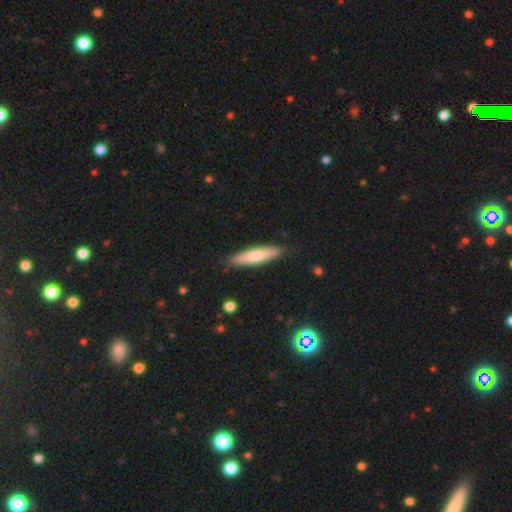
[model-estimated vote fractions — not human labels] Smooth or featured?
  - smooth: 66% *
  - featured or disk: 29%
  - star or artifact: 5%
How rounded?
  - cigar-shaped: 78% *
  - in between: 21%
  - round: 2%
Merging?
  - none: 87% *
  - minor disturbance: 10%
  - major disturbance: 2%
  - merger: 1%